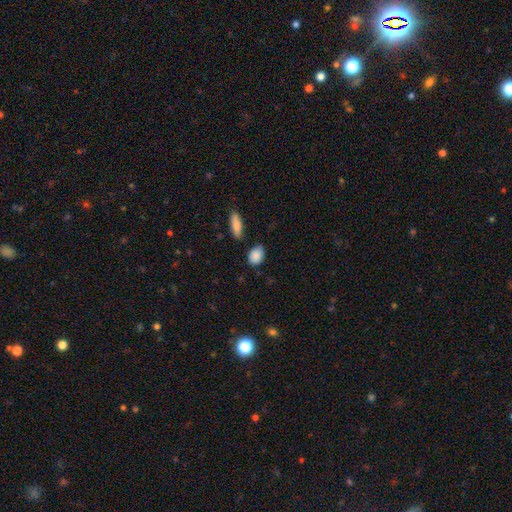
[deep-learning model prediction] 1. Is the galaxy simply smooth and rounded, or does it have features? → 89% smooth, 7% star or artifact, 4% featured or disk.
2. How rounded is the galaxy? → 74% in between, 24% round, 2% cigar-shaped.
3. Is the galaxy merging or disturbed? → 78% none, 15% minor disturbance, 4% merger, 3% major disturbance.